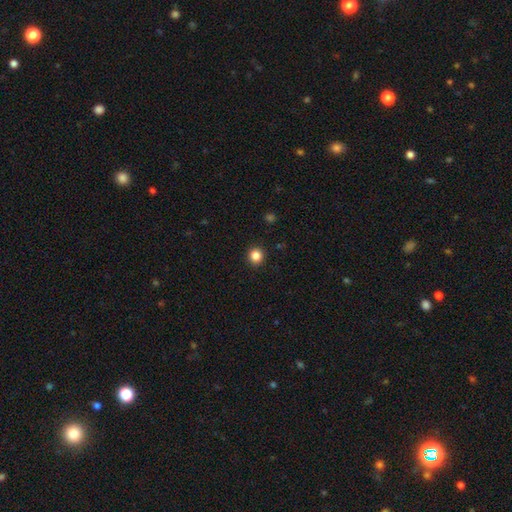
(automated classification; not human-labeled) Morphology: type=smooth (85%); roundness=round (94%); merging=none (93%).